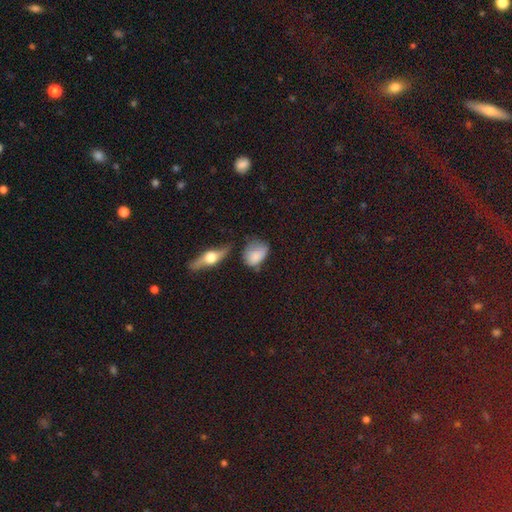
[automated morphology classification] A smooth galaxy with no disk features (74%) that is in between round and cigar-shaped (73%).

Vote fractions:
- Smooth or featured? smooth: 74% / featured or disk: 16% / star or artifact: 10%
- How rounded? in between: 73% / round: 24% / cigar-shaped: 3%
- Merging? none: 47% / minor disturbance: 32% / major disturbance: 13% / merger: 8%